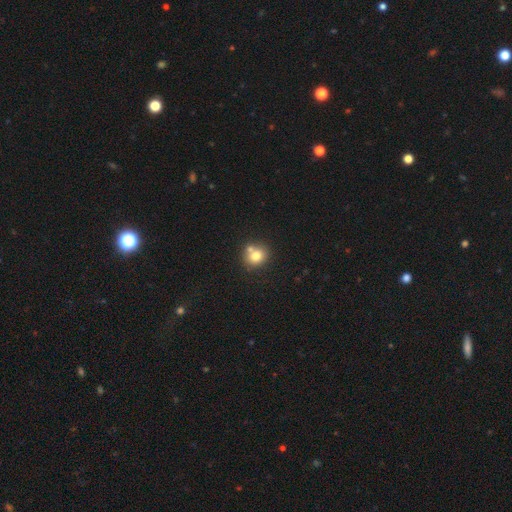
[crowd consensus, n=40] This appears to be a smooth galaxy with no disk features (80%) that is round (56%). Merging: none (59%).